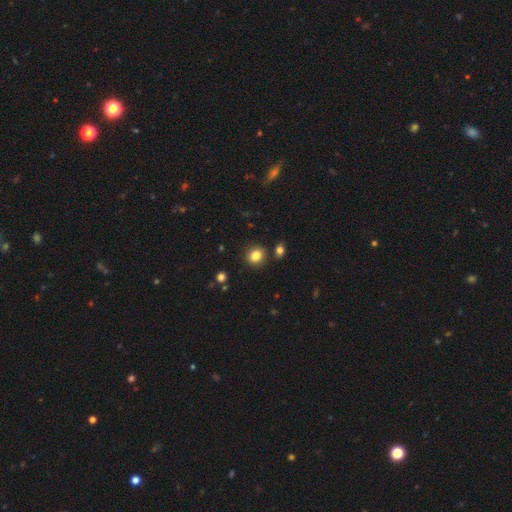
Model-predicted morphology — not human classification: Overall: smooth (83%). How rounded: round (80%). Merging: none (83%).